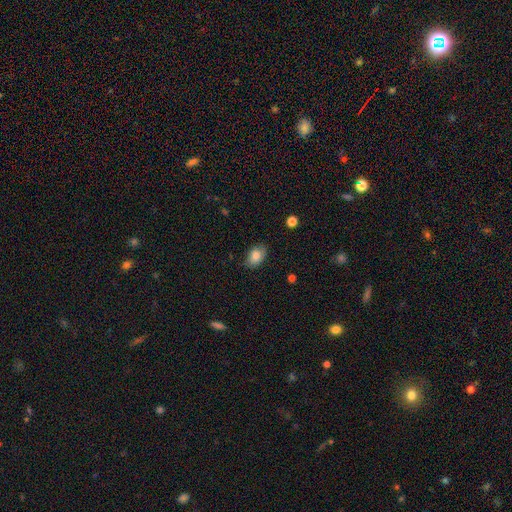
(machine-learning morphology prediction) A smooth galaxy with no disk features (83%) that is in between round and cigar-shaped (87%). Merging: none (79%).